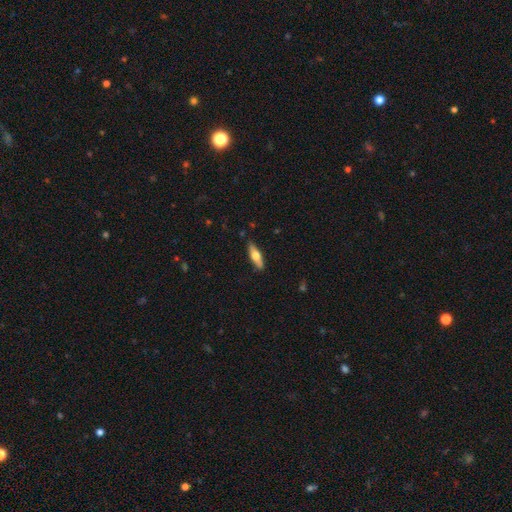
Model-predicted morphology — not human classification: Q: Smooth or featured?
A: smooth (52%); runner-up: featured or disk (42%)
Q: How rounded?
A: cigar-shaped (57%); runner-up: in between (40%)
Q: Merging?
A: none (87%); runner-up: minor disturbance (10%)